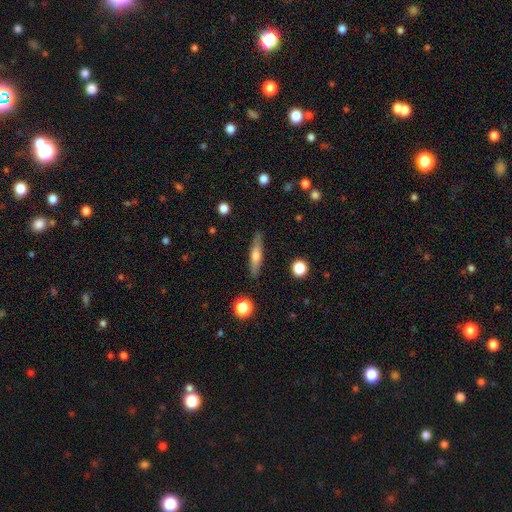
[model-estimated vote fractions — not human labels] Morphology: type=smooth (55%); roundness=cigar-shaped (79%); merging=none (85%).